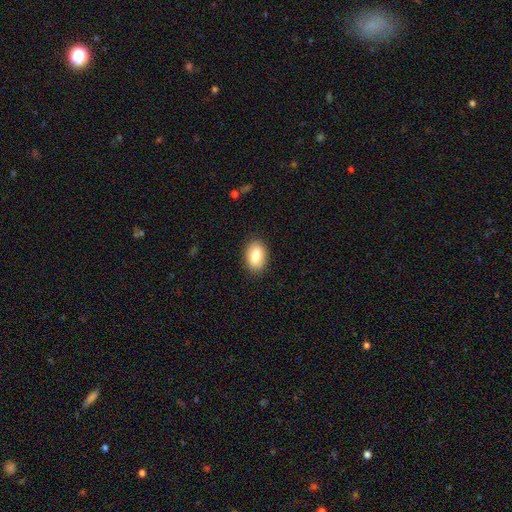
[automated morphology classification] Smooth or featured? Predicted: smooth (p=0.83). How rounded? Predicted: in between (p=0.87). Merging? Predicted: none (p=0.88).